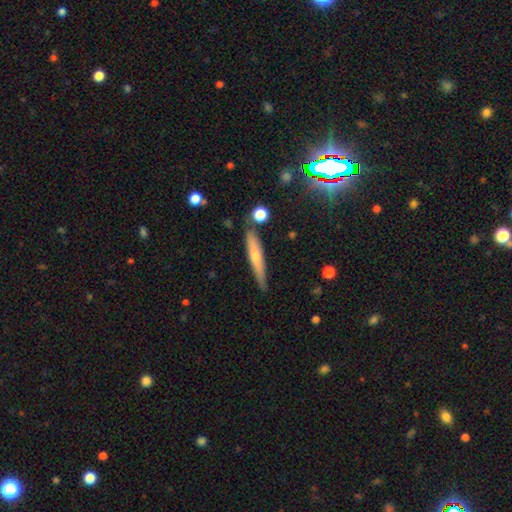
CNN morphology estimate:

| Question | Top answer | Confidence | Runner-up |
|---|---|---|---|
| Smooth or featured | smooth | 47% | featured or disk (45%) |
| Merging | none | 80% | minor disturbance (14%) |